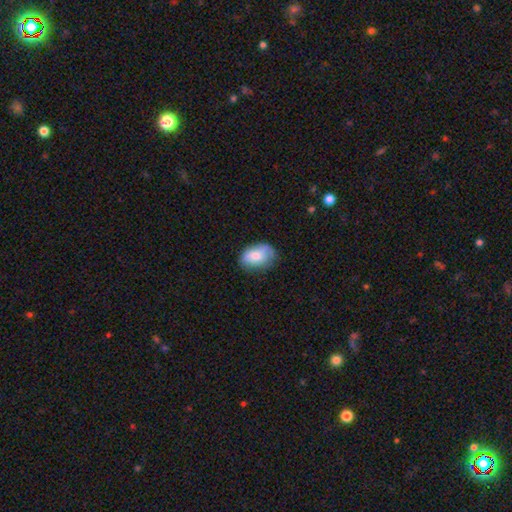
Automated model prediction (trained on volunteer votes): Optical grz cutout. It shows a smooth galaxy with no disk features (74%) that is in between round and cigar-shaped (87%). Merging: none (65%).